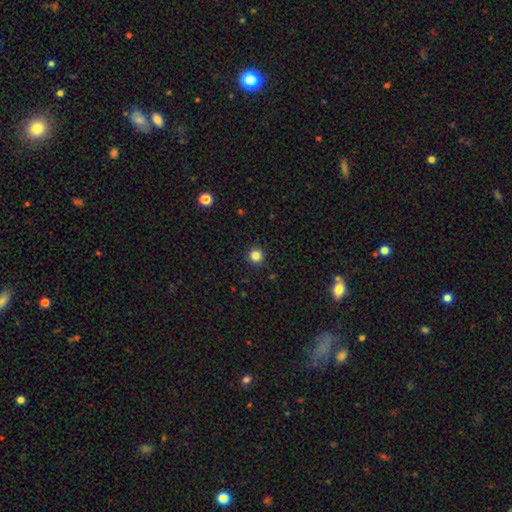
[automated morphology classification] type=smooth (83%); roundness=round (95%); merging=none (92%).